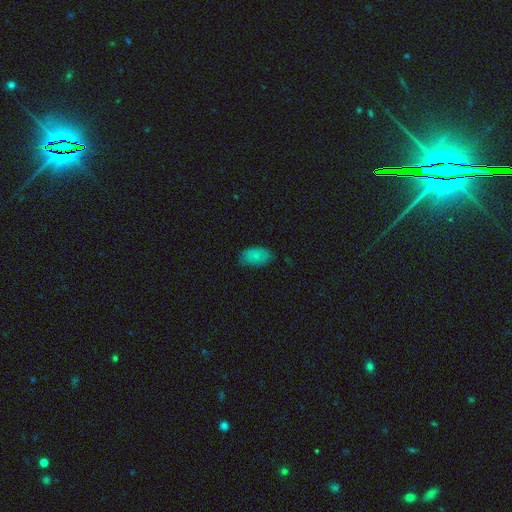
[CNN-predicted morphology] Smooth or featured? Predicted: smooth (p=0.80). How rounded? Predicted: in between (p=0.92). Merging? Predicted: none (p=0.73).